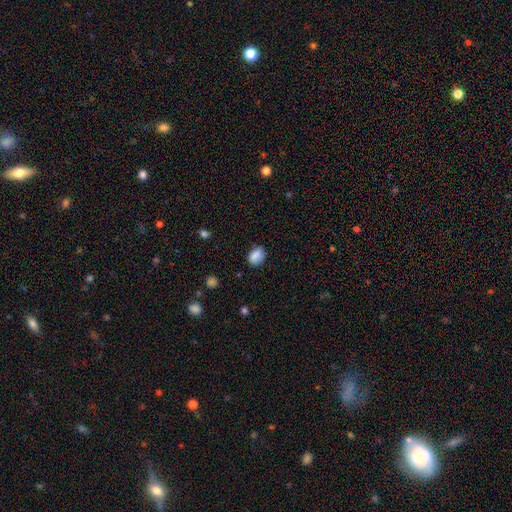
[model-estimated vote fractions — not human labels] Smooth or featured?
  - smooth: 87% *
  - star or artifact: 9%
  - featured or disk: 5%
How rounded?
  - in between: 66% *
  - round: 33%
  - cigar-shaped: 1%
Merging?
  - none: 77% *
  - minor disturbance: 18%
  - major disturbance: 4%
  - merger: 2%